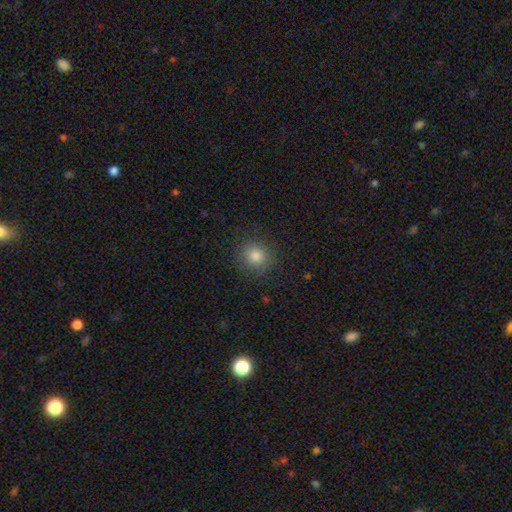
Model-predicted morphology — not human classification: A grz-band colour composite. It shows a smooth galaxy with no disk features (82%) that is round (86%). Merging: none (90%).